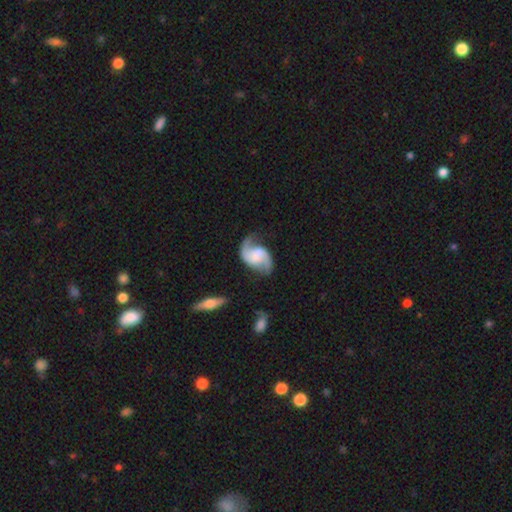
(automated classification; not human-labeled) Morphology: type=featured or disk (83%); edge-on=no (98%); bar=no (45%); spiral arms=yes (96%); winding=loose (48%); arm count=2 (90%); bulge=none (46%); merging=none (65%).